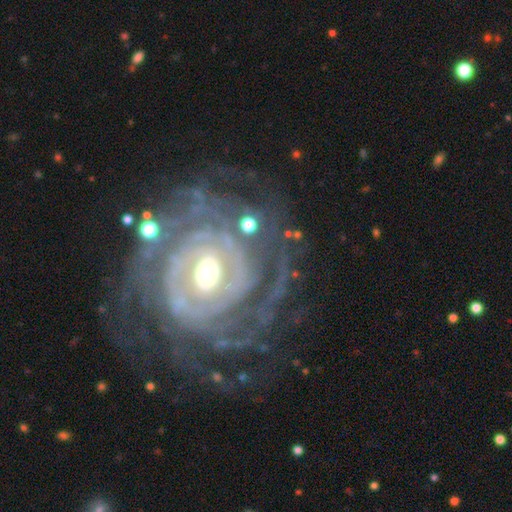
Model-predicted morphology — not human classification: Overall: featured or disk (89%). Edge-on disk: no (97%). Bar: no (41%; weak 37%). Spiral arms: yes (94%). Spiral arm count: can't tell (33%; more than 4 17%). Spiral winding: tight (76%). Bulge size: moderate (65%). Merging: none (67%).